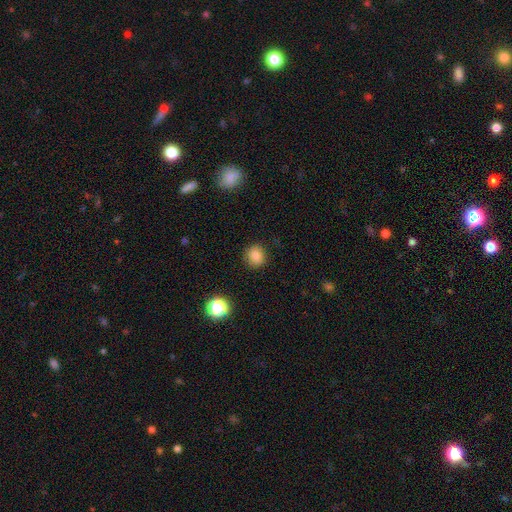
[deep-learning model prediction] The model was most divided on "smooth or featured": smooth: 84%, star or artifact: 12%, featured or disk: 4%. More confident: merging — none (89%); how rounded — round (86%).